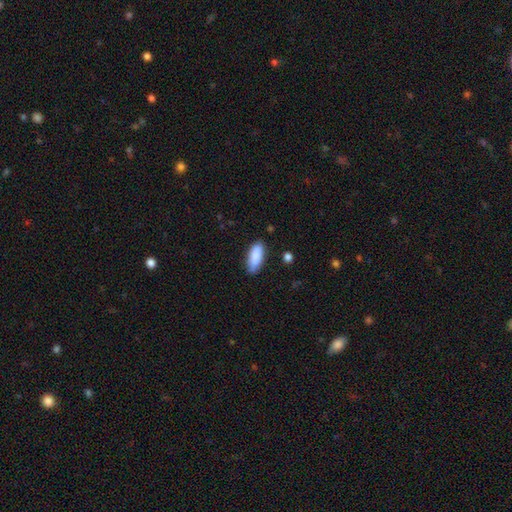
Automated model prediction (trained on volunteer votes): smooth-or-featured: smooth: 88% | star or artifact: 6% | featured or disk: 6%
  how-rounded: in between: 79% | cigar-shaped: 19% | round: 2%
  merging: none: 79% | minor disturbance: 17% | major disturbance: 3% | merger: 2%